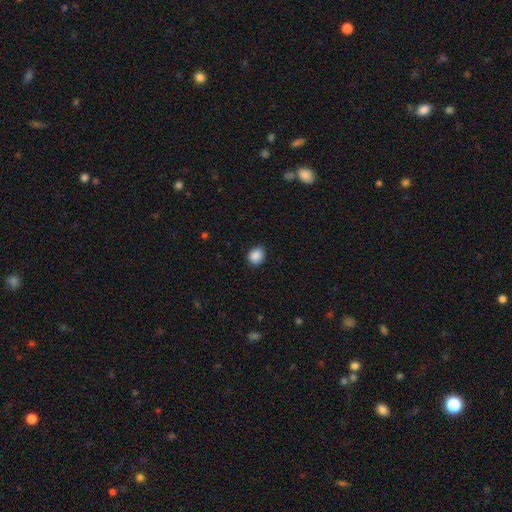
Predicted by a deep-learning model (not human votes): Smooth or featured?
  - smooth: 88% *
  - star or artifact: 9%
  - featured or disk: 3%
How rounded?
  - round: 62% *
  - in between: 37%
  - cigar-shaped: 1%
Merging?
  - none: 83% *
  - minor disturbance: 13%
  - major disturbance: 3%
  - merger: 1%